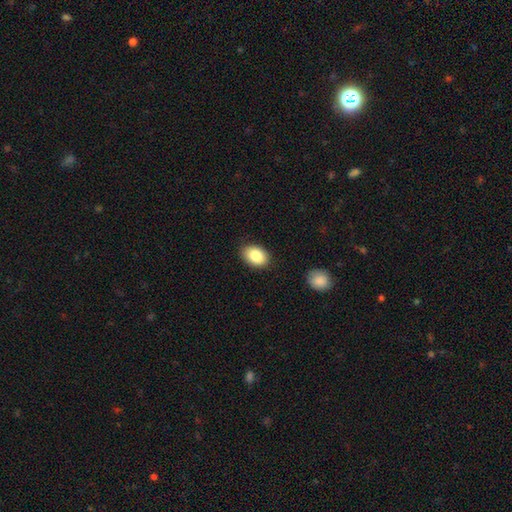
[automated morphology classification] type=smooth (86%); roundness=in between (85%); merging=none (86%).